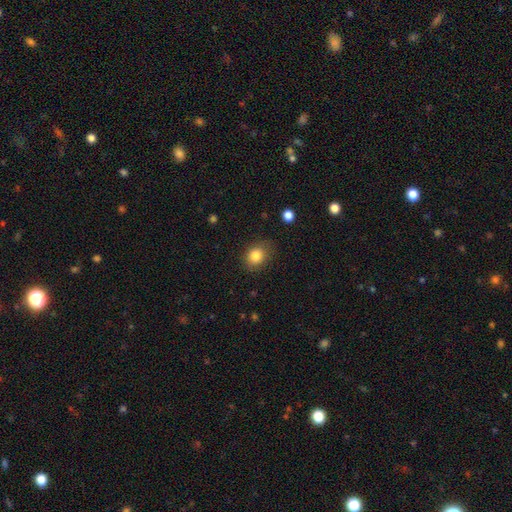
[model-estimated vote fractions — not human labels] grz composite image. It shows a smooth galaxy with no disk features (84%) that is round (54%). Merging: none (79%).